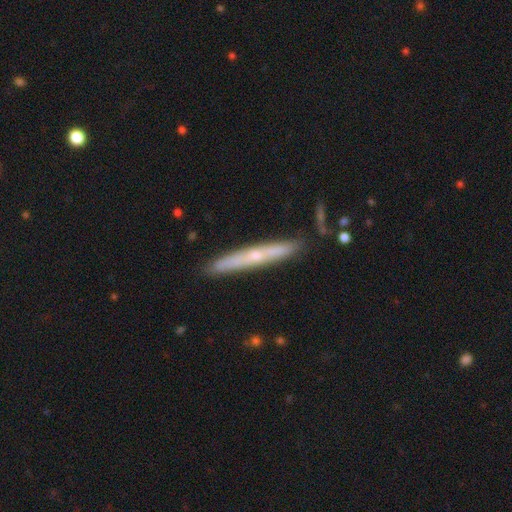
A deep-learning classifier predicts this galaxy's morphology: smooth_or_featured: featured or disk (p=0.61) [alt: smooth p=0.33]
disk_edge_on: yes (p=0.92) [alt: no p=0.08]
edge_on_bulge: rounded (p=0.61) [alt: none p=0.36]
merging: none (p=0.84) [alt: minor disturbance p=0.11]